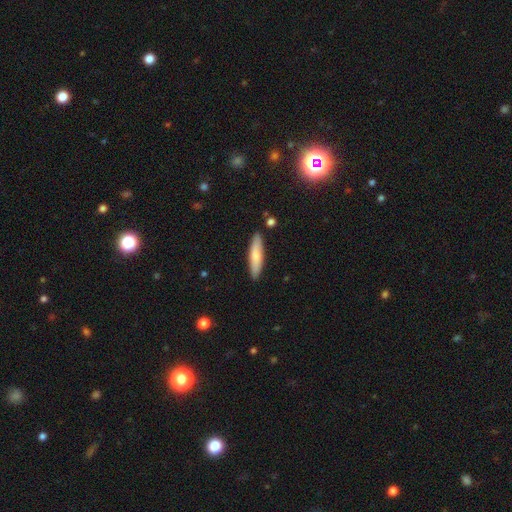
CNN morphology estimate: type=smooth (72%); roundness=cigar-shaped (78%); merging=none (88%).